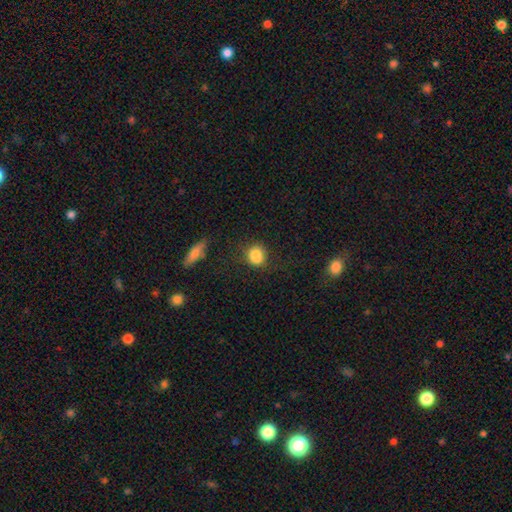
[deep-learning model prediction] A smooth galaxy with no disk features (83%) that is round (61%). Merging: none (65%).